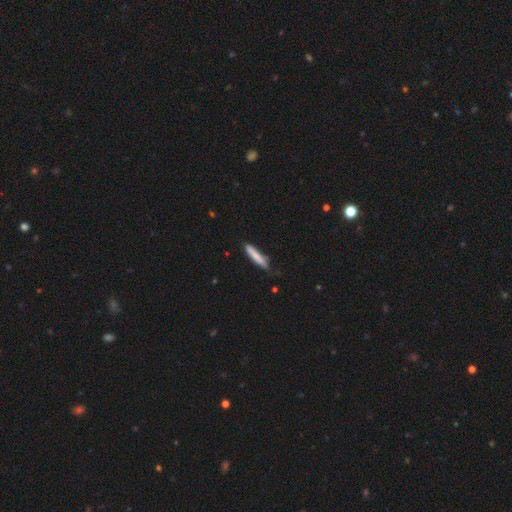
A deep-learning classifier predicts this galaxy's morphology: A smooth galaxy with no disk features (81%) that is cigar-shaped (90%).

Vote fractions:
- Smooth or featured? smooth: 81% / featured or disk: 13% / star or artifact: 6%
- How rounded? cigar-shaped: 90% / in between: 9% / round: 1%
- Merging? none: 76% / minor disturbance: 19% / major disturbance: 3% / merger: 2%